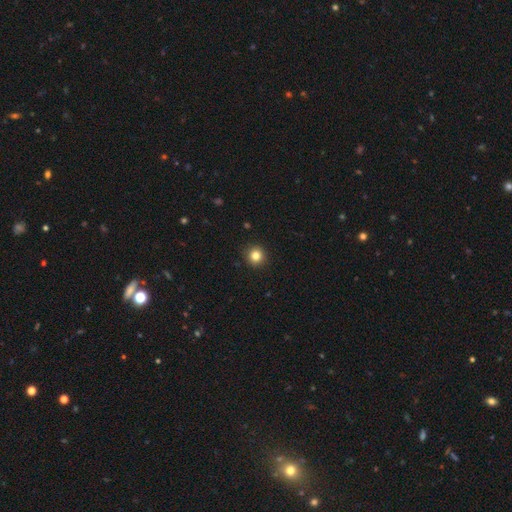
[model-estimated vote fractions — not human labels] Overall: smooth (83%). How rounded: round (94%). Merging: none (92%).